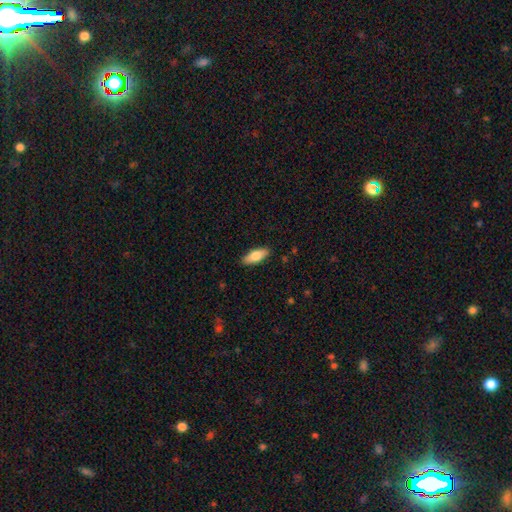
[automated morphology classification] Overall: smooth (78%). How rounded: in between (75%). Merging: none (89%).